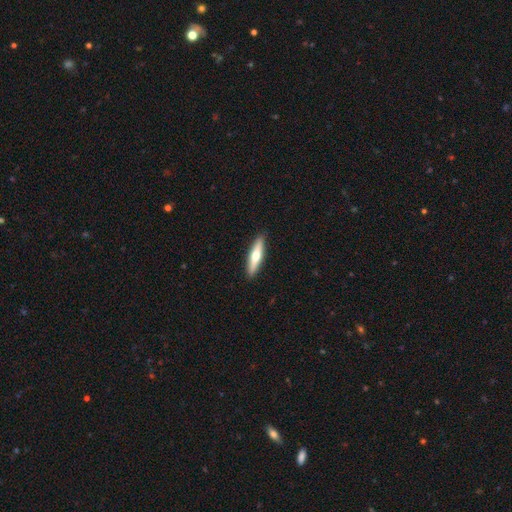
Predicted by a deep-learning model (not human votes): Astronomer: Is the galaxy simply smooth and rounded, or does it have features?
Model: smooth — 50% (runner-up: featured or disk, 45%).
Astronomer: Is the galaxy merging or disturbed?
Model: none — 91%.